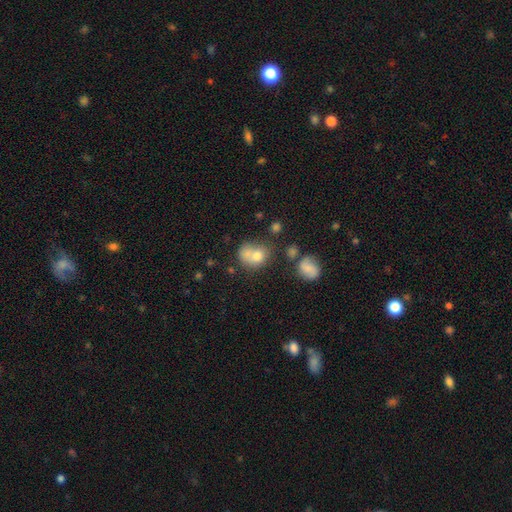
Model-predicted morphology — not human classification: Smooth or featured? smooth (70%)
How rounded? round (55%)
Merging? merger (36%)